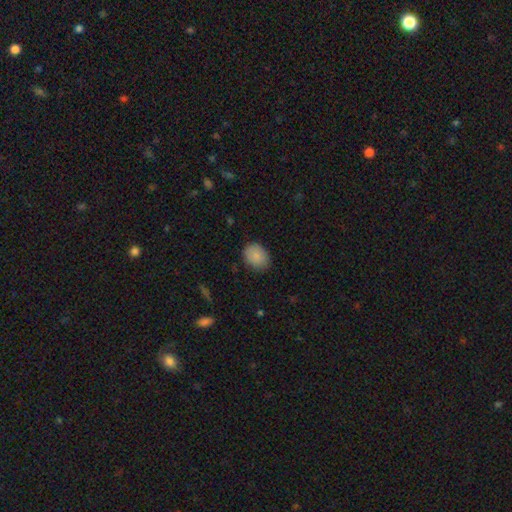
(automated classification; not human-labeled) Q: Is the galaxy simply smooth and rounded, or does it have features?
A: smooth — 87%.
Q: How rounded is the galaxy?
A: in between — 56%.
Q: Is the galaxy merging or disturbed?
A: none — 83%.